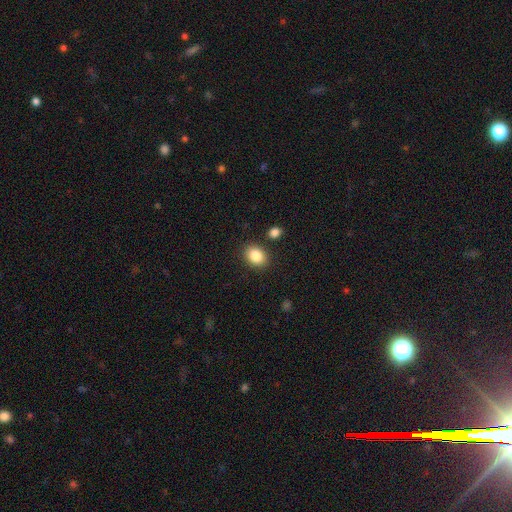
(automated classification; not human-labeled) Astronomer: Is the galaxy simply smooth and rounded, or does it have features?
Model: smooth — 86%.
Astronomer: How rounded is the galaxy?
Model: in between — 53% (runner-up: round, 46%).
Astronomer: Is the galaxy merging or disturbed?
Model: none — 86%.